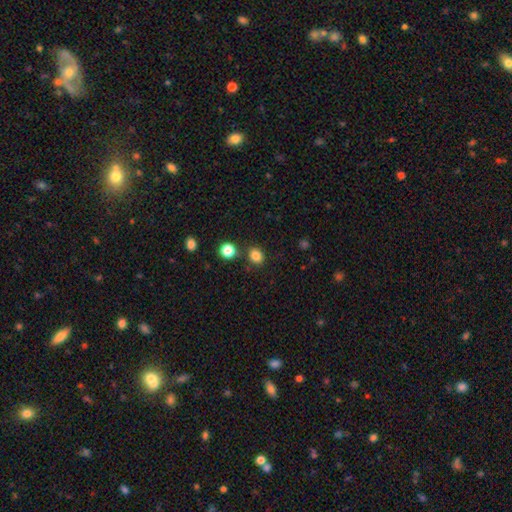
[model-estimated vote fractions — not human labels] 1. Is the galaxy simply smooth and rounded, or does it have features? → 83% smooth, 13% star or artifact, 4% featured or disk.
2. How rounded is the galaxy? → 67% round, 32% in between, 1% cigar-shaped.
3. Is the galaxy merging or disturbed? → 81% none, 9% minor disturbance, 7% merger, 3% major disturbance.